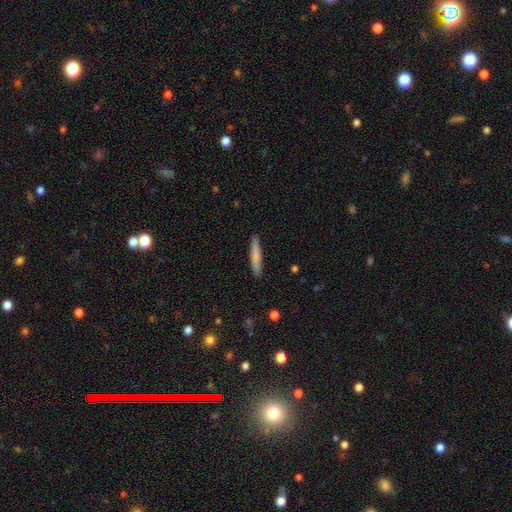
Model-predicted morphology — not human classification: This appears to be a smooth galaxy with no disk features (76%) that is cigar-shaped (94%). Merging: none (90%).